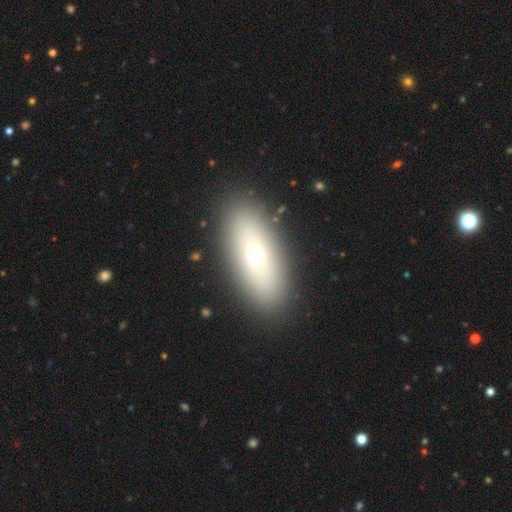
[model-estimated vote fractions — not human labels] Smooth or featured? Predicted: smooth (p=0.62). How rounded? Predicted: in between (p=0.80). Merging? Predicted: none (p=0.88).